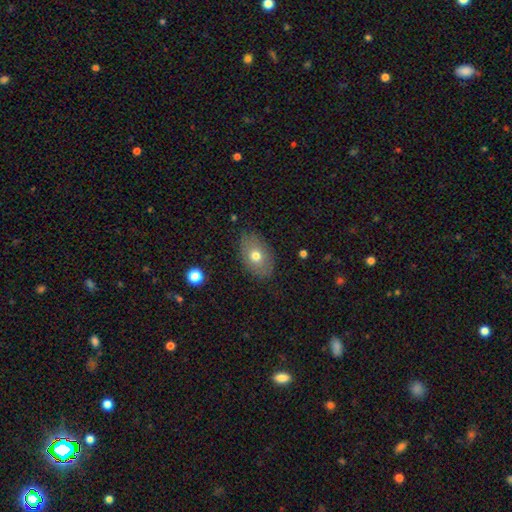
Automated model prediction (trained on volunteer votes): Morphology: type=smooth (69%); roundness=in between (83%); merging=none (80%).